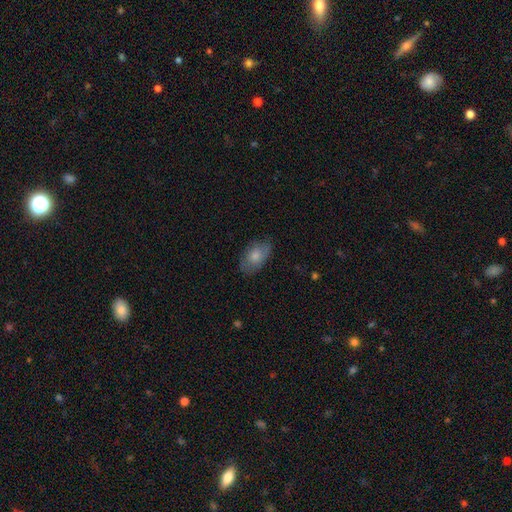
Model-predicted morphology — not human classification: Smooth or featured? smooth (74%)
How rounded? in between (92%)
Merging? none (74%)